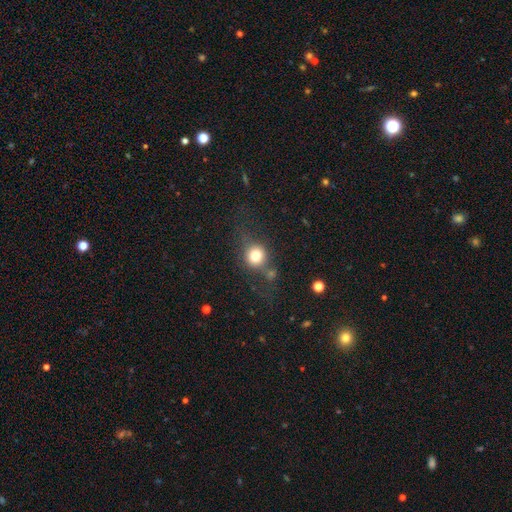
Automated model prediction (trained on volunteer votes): A smooth galaxy with no disk features (73%) that is round (83%).

Vote fractions:
- Smooth or featured? smooth: 73% / featured or disk: 14% / star or artifact: 12%
- How rounded? round: 83% / in between: 16% / cigar-shaped: 1%
- Merging? none: 61% / minor disturbance: 19% / major disturbance: 12% / merger: 8%